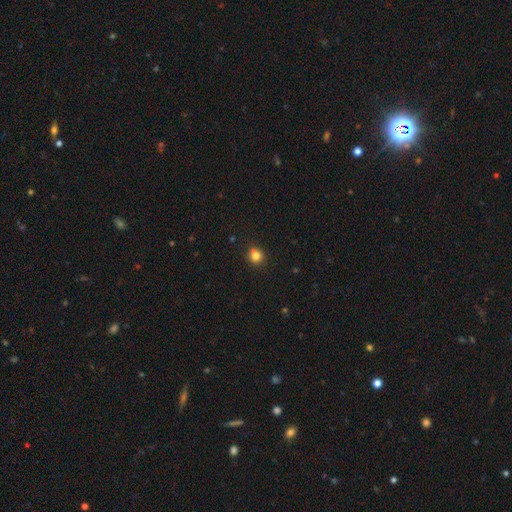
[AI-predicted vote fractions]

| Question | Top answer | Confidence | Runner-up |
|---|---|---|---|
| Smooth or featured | smooth | 81% | star or artifact (13%) |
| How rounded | round | 89% | in between (11%) |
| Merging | none | 81% | minor disturbance (12%) |